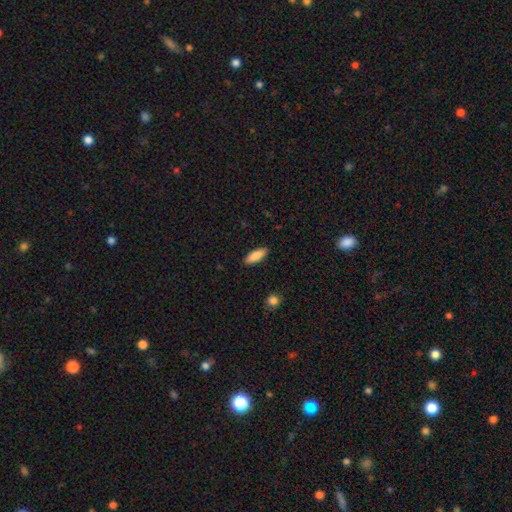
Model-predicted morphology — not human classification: smooth 87%, featured or disk 7%, star or artifact 6%. Down the decision tree: how rounded — in between (69%); merging — none (89%).